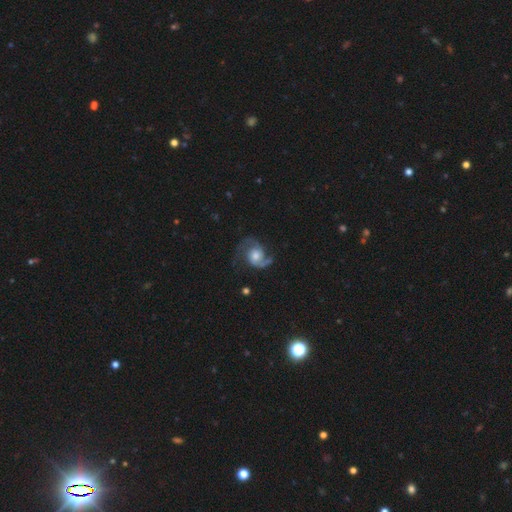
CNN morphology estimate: Smooth or featured?
  - featured or disk: 85% *
  - smooth: 9%
  - star or artifact: 6%
Edge-on disk?
  - no: 98% *
  - yes: 2%
Bar?
  - no: 71% *
  - weak: 24%
  - strong: 5%
Spiral arms?
  - yes: 97% *
  - no: 3%
Spiral winding?
  - medium: 51% *
  - loose: 32%
  - tight: 17%
Spiral arm count?
  - 2: 90% *
  - 1: 4%
  - can't tell: 2%
  - 3: 1%
  - 4: 1%
  - more than 4: 1%
Bulge size?
  - moderate: 52% *
  - large: 23%
  - small: 19%
  - none: 4%
  - dominant: 3%
Merging?
  - none: 67% *
  - minor disturbance: 18%
  - major disturbance: 13%
  - merger: 2%